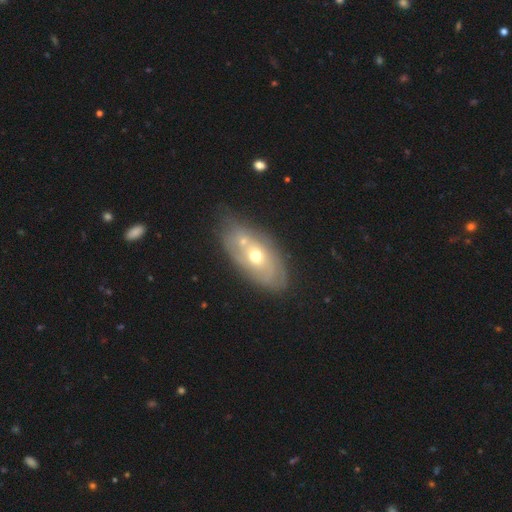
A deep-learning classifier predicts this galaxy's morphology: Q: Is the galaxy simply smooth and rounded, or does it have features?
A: featured or disk — 56%.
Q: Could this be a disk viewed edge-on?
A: no — 88%.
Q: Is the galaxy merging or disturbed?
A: none — 61%.